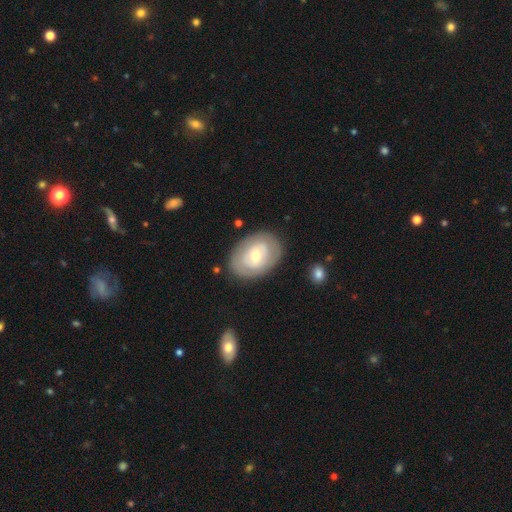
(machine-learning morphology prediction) featured or disk 59%, smooth 36%, star or artifact 6%. Down the decision tree: edge-on disk — no (94%); bar — no (64%); spiral arms — no (51%); bulge size — moderate (57%); merging — none (82%).